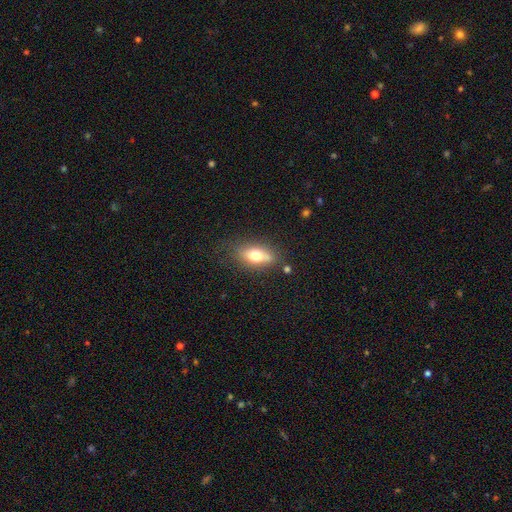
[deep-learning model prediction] smooth-or-featured: smooth: 70% | featured or disk: 21% | star or artifact: 9%
  how-rounded: in between: 81% | round: 10% | cigar-shaped: 9%
  merging: none: 70% | minor disturbance: 18% | merger: 7% | major disturbance: 5%